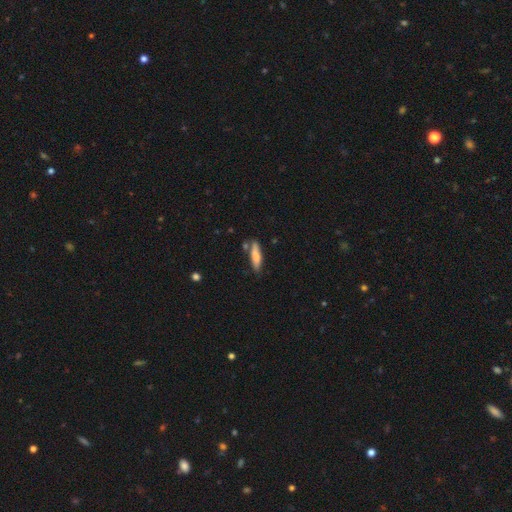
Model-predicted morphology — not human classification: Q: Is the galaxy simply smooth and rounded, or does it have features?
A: smooth — 76%.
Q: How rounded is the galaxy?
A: cigar-shaped — 74%.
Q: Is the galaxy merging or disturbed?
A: none — 71%.